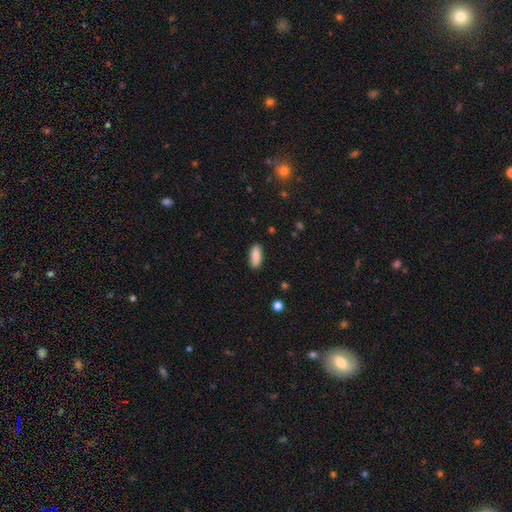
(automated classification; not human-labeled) smooth 87%, featured or disk 7%, star or artifact 6%. Down the decision tree: how rounded — in between (80%); merging — none (85%).